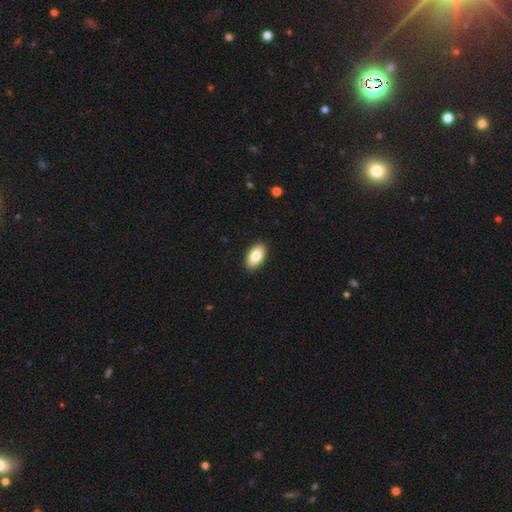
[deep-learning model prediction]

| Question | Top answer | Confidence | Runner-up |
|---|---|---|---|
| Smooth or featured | smooth | 79% | featured or disk (14%) |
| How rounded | in between | 94% | round (4%) |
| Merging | none | 91% | minor disturbance (7%) |